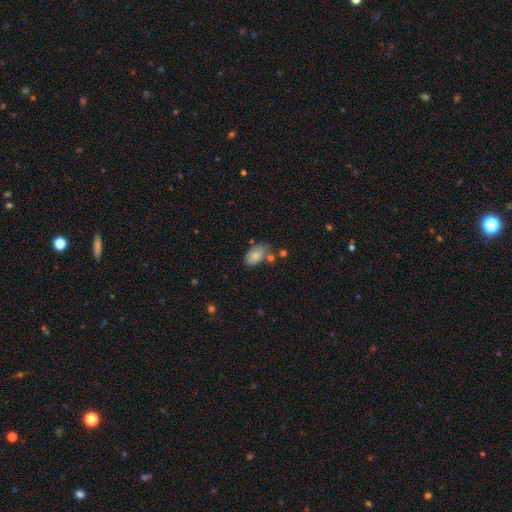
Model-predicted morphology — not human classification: Overall: smooth (78%). How rounded: in between (91%). Merging: none (53%; minor disturbance 27%).